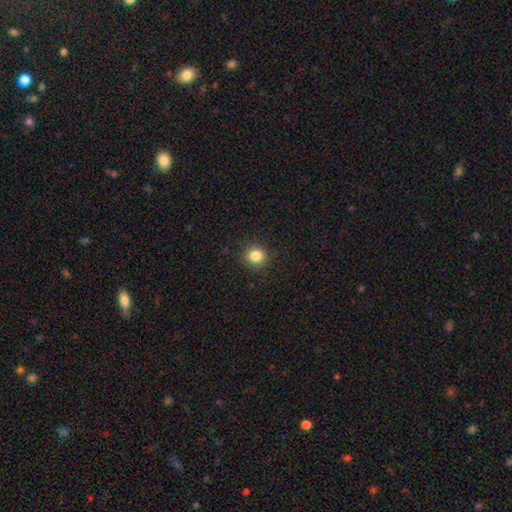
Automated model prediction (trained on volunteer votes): Overall: smooth (84%). How rounded: round (90%). Merging: none (91%).